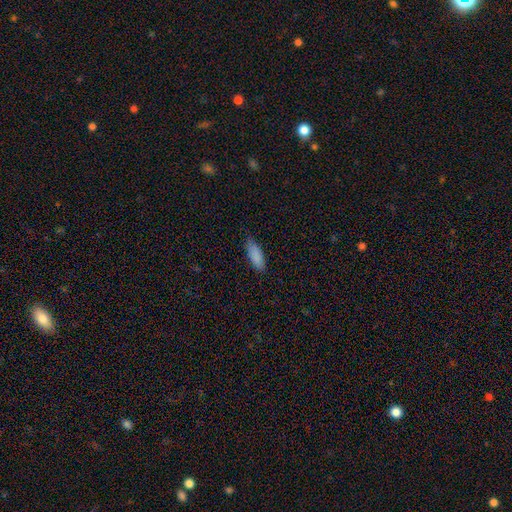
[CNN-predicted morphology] type=smooth (88%); roundness=in between (67%); merging=none (79%).